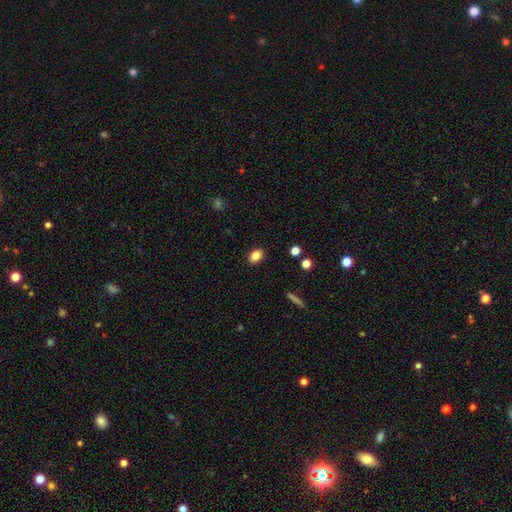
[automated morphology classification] A smooth galaxy with no disk features (84%) that is in between round and cigar-shaped (76%). Merging: none (89%).